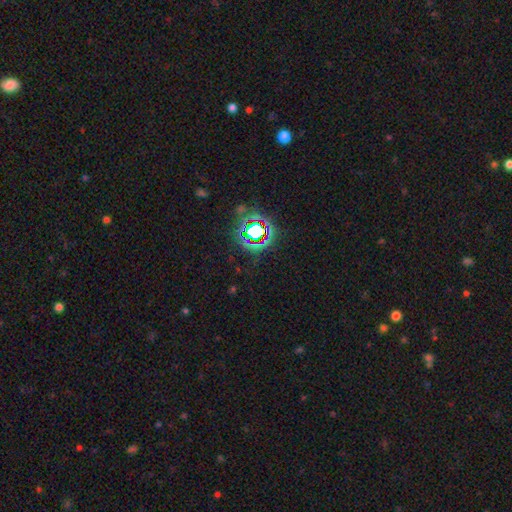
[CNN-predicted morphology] This is likely a star or artifact rather than a galaxy (78%).